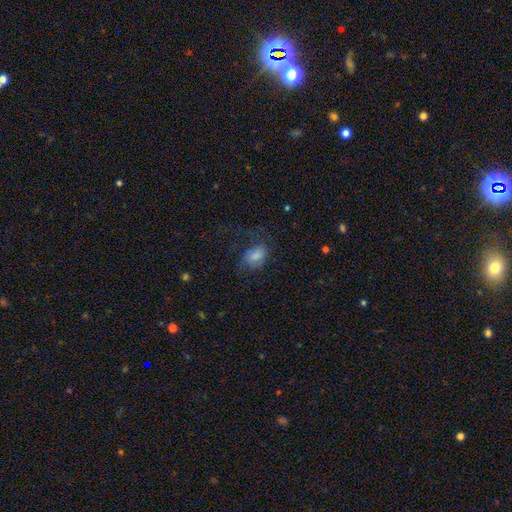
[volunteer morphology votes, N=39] A smooth galaxy with no disk features (69%) that is in between round and cigar-shaped (93%). Merging: none (50%).